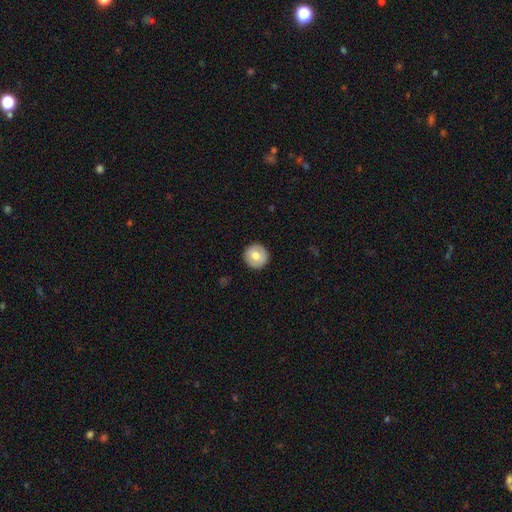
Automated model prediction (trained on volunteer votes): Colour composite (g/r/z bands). It shows a smooth galaxy with no disk features (72%) that is round (95%). Merging: none (91%).